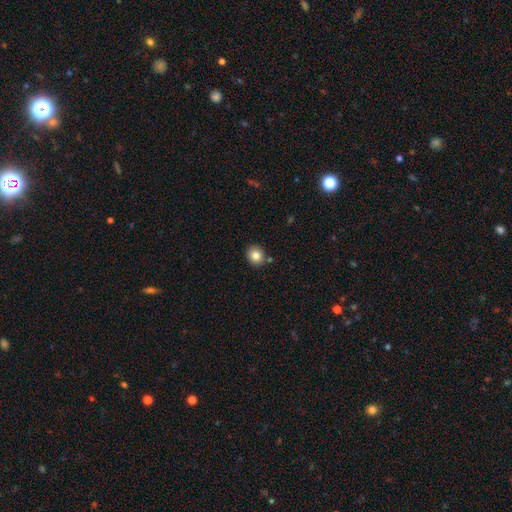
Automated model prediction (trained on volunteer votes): Smooth or featured?
  - smooth: 83% *
  - star or artifact: 10%
  - featured or disk: 7%
How rounded?
  - round: 77% *
  - in between: 22%
  - cigar-shaped: 1%
Merging?
  - none: 84% *
  - minor disturbance: 9%
  - merger: 5%
  - major disturbance: 2%